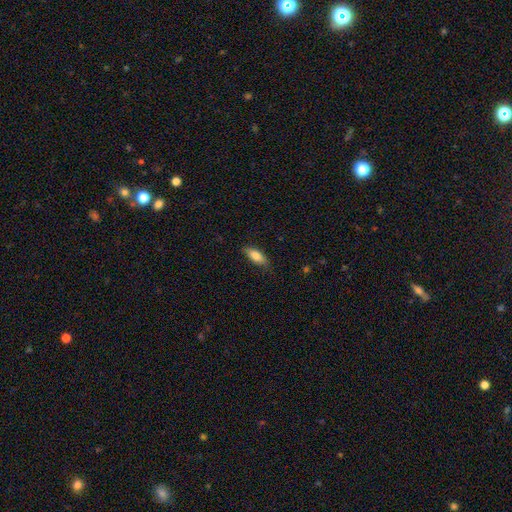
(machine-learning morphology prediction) The model was most divided on "how rounded": in between: 74%, cigar-shaped: 23%, round: 3%. More confident: smooth or featured — smooth (79%); merging — none (76%).